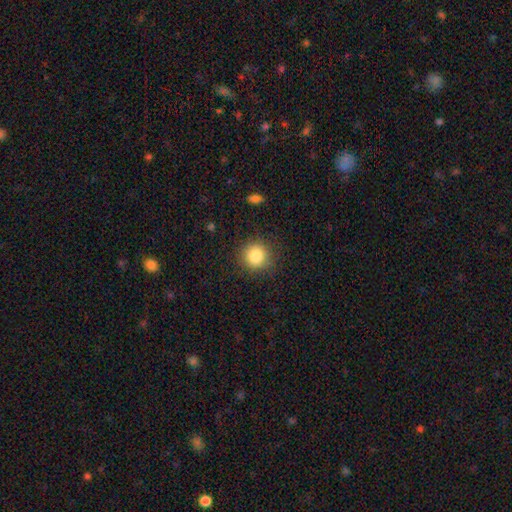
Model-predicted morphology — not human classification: Smooth or featured? smooth (84%)
How rounded? round (92%)
Merging? none (87%)